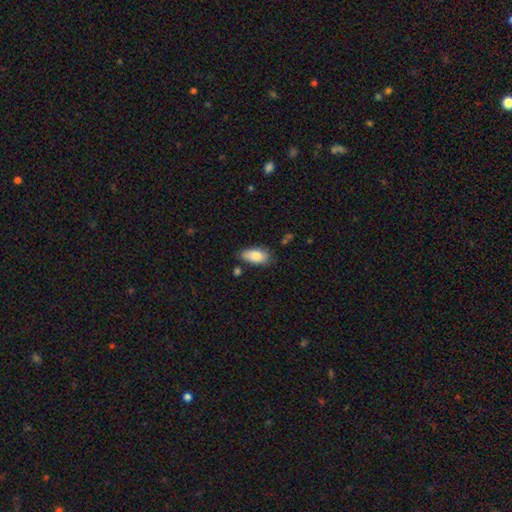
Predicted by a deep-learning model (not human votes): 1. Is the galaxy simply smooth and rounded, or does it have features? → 83% smooth, 10% featured or disk, 7% star or artifact.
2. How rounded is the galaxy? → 93% in between, 4% cigar-shaped, 3% round.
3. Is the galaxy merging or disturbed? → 70% none, 21% minor disturbance, 5% merger, 4% major disturbance.